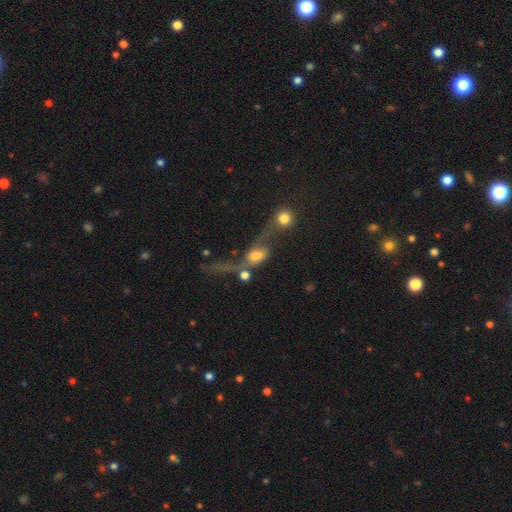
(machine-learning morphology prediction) Smooth or featured? Predicted: smooth (p=0.51). How rounded? Predicted: in between (p=0.63). Merging? Predicted: merger (p=0.46).